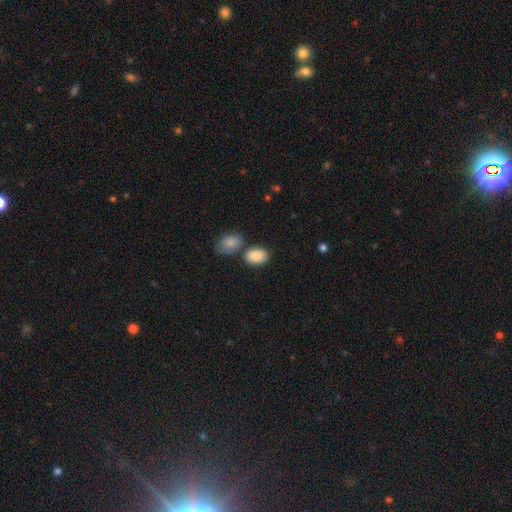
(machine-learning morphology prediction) Overall: smooth (87%). How rounded: in between (86%). Merging: none (65%).